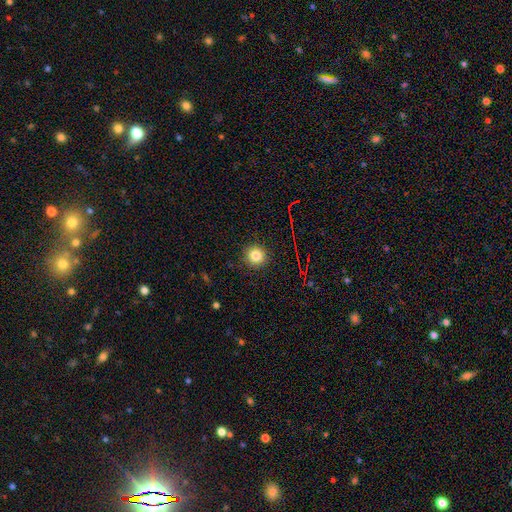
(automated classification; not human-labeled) A smooth galaxy with no disk features (80%) that is round (92%). Merging: none (90%).